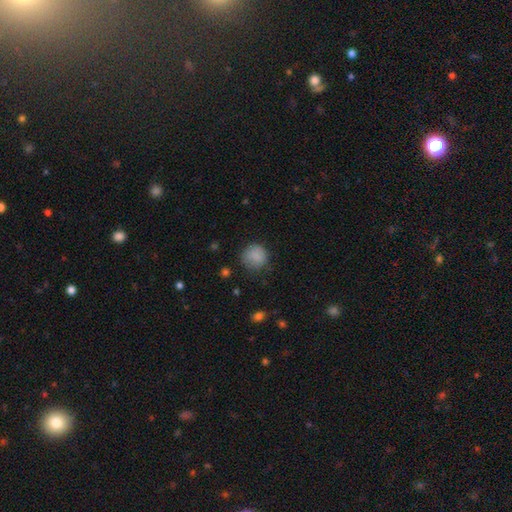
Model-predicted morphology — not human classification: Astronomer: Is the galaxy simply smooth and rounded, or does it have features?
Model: smooth — 85%.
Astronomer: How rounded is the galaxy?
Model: round — 88%.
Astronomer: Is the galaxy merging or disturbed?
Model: none — 76%.